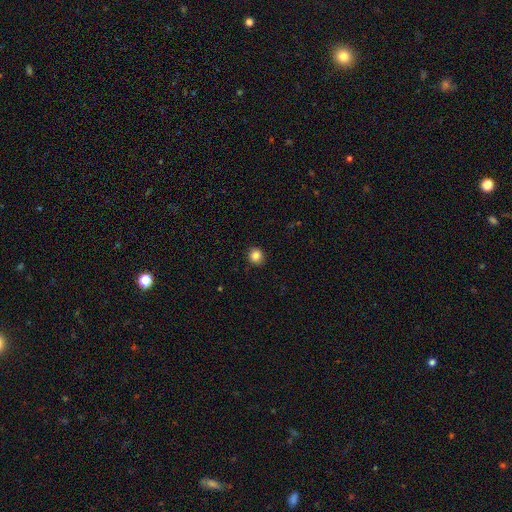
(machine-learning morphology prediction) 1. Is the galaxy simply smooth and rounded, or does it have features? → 85% smooth, 11% star or artifact, 5% featured or disk.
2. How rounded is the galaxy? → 88% round, 11% in between, 1% cigar-shaped.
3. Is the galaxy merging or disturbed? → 91% none, 6% minor disturbance, 2% major disturbance, 1% merger.